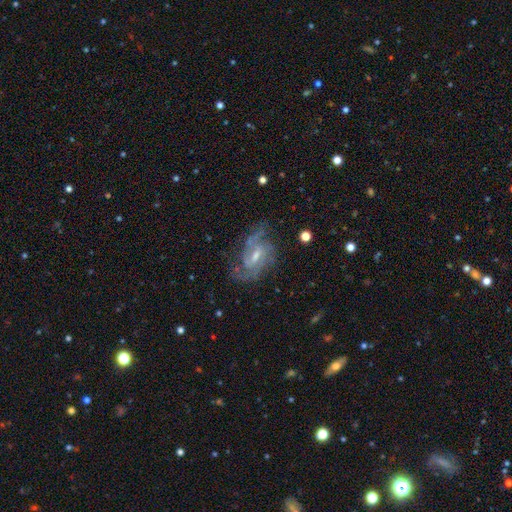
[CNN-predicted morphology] This is clearly a featured or disk galaxy (84%). It is clearly not viewed edge-on (96%). Bar: possibly weak (55%). Spiral arm pattern: clearly yes (95%). Spiral arm count: possibly 2 (48%). Spiral winding: possibly medium (49%). Central bulge: possibly small (48%). Merging: likely none (68%).